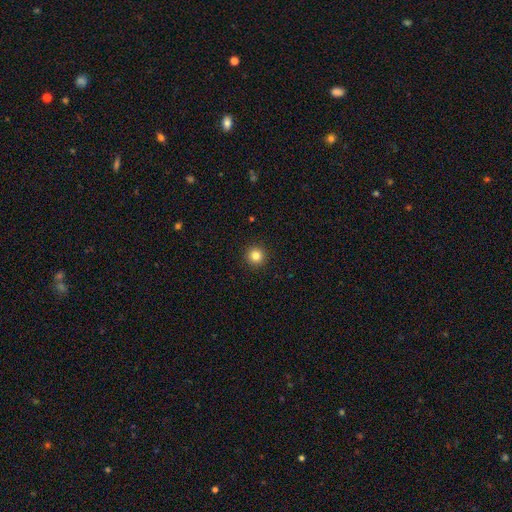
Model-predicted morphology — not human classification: The model was most divided on "smooth or featured": smooth: 83%, star or artifact: 12%, featured or disk: 5%. More confident: how rounded — round (96%); merging — none (93%).